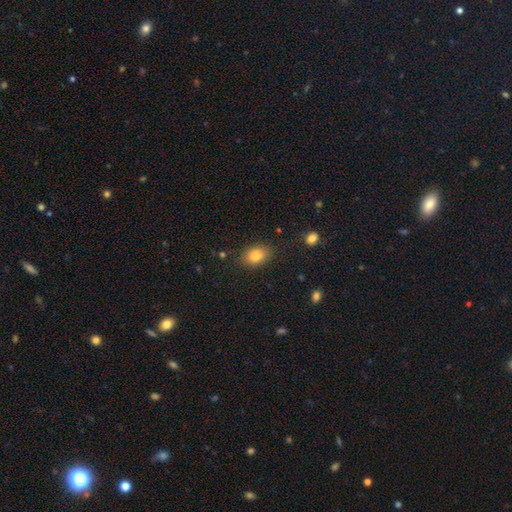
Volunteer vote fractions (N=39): Smooth or featured? 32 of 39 (82%) said smooth. How rounded? 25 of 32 (78%) said in between. Merging? 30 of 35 (86%) said none.